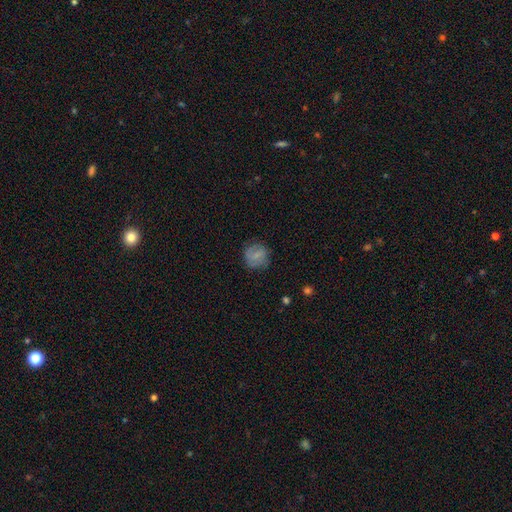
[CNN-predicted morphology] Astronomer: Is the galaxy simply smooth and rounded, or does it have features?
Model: smooth — 72%.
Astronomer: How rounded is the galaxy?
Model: round — 83%.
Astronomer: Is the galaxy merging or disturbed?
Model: none — 74%.